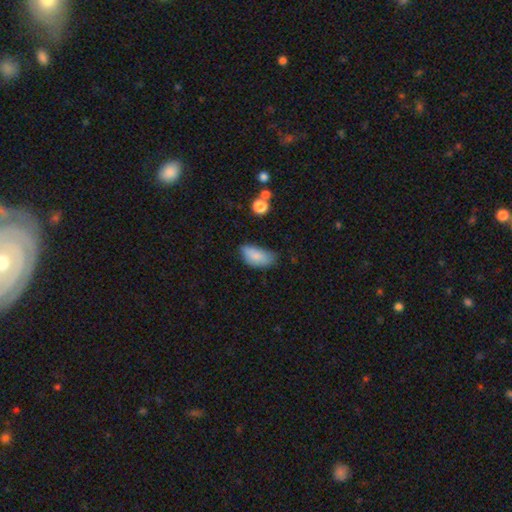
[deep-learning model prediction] This appears to be a smooth galaxy with no disk features (81%) that is in between round and cigar-shaped (90%). Merging: none (48%).